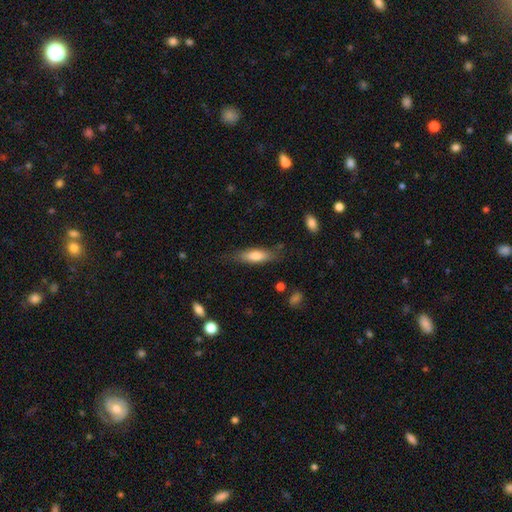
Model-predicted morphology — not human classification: This is likely a smooth galaxy (69%). How rounded: possibly cigar-shaped (55%). Merging: likely none (72%).